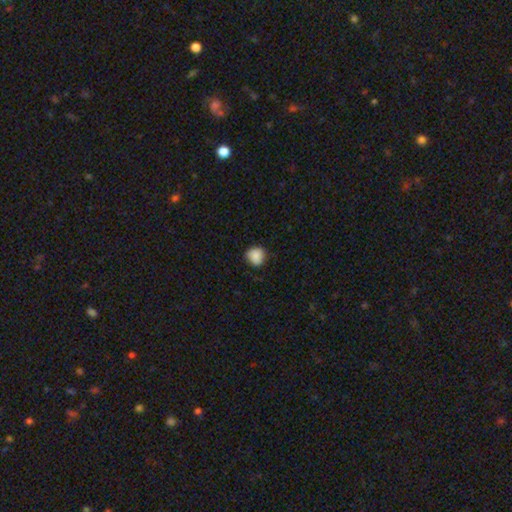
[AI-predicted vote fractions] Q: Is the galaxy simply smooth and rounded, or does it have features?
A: smooth — 87%.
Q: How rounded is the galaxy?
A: round — 80%.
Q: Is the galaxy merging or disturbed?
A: none — 75%.